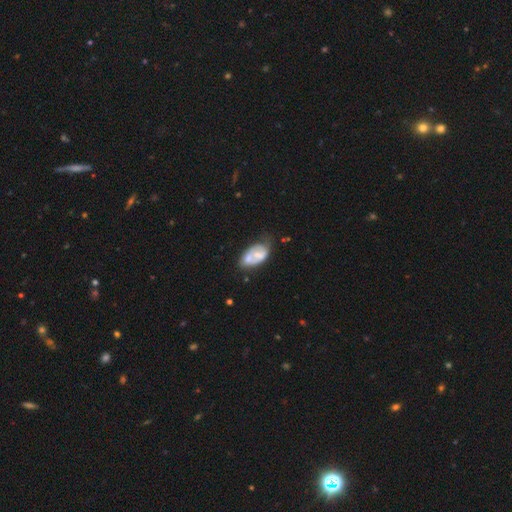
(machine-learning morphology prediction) This is possibly a featured or disk galaxy (50%). It is clearly not viewed edge-on (96%). Merging: marginally none (34%).